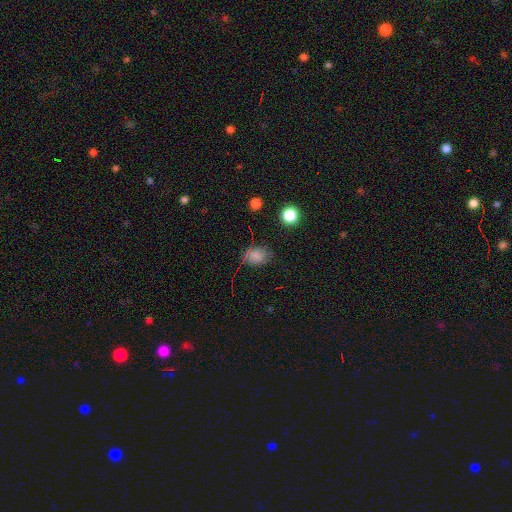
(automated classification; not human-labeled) Overall: smooth (80%). How rounded: in between (69%; round 30%). Merging: none (69%).